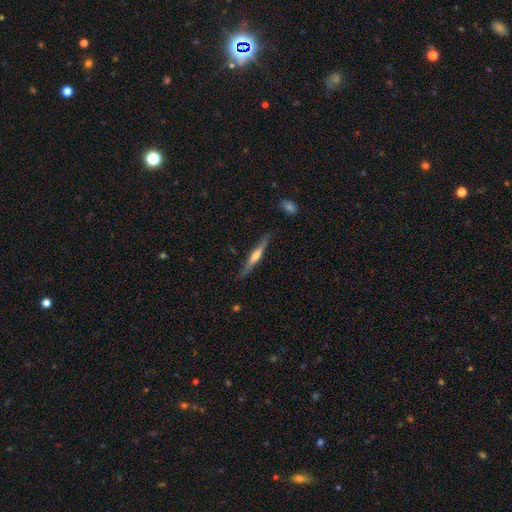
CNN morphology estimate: A featured or disk galaxy (59%) viewed edge-on (96%) with a rounded central bulge (77%).

Vote fractions:
- Smooth or featured? featured or disk: 59% / smooth: 35% / star or artifact: 6%
- Edge-on disk? yes: 96% / no: 4%
- Edge-on bulge? rounded: 77% / none: 14% / boxy: 9%
- Merging? none: 86% / minor disturbance: 11% / major disturbance: 2% / merger: 1%